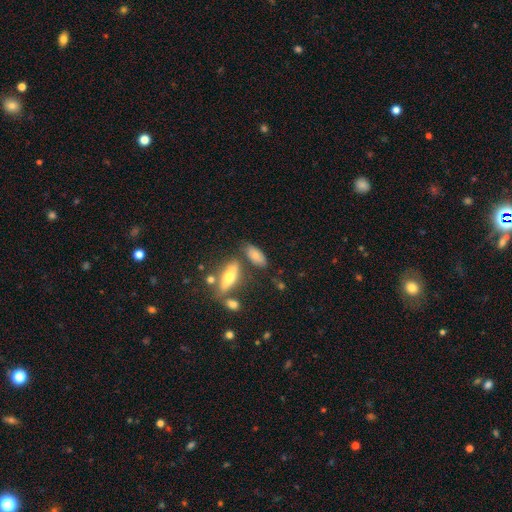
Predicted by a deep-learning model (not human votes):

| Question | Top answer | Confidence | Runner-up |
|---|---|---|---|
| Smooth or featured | smooth | 70% | featured or disk (22%) |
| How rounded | in between | 79% | cigar-shaped (17%) |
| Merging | none | 62% | minor disturbance (17%) |